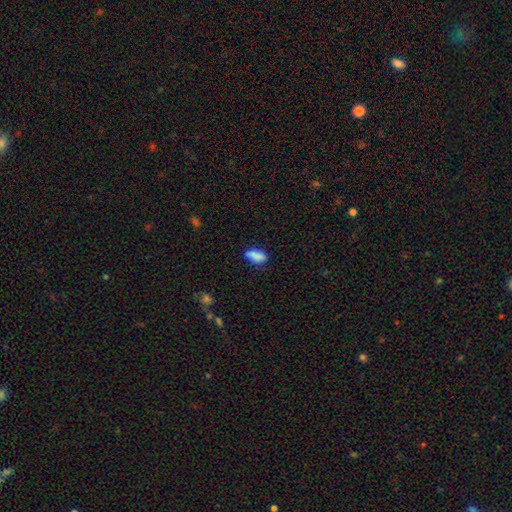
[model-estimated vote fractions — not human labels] Smooth or featured: smooth — 82% (featured or disk — 10%)
How rounded: in between — 83% (cigar-shaped — 14%)
Merging: none — 61% (minor disturbance — 25%)